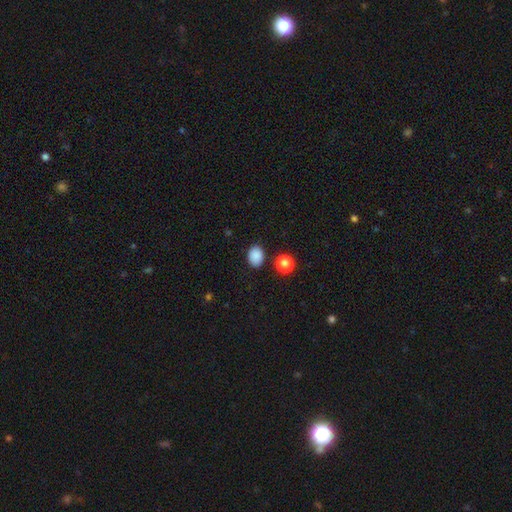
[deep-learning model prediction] This appears to be a smooth galaxy with no disk features (87%) that is in between round and cigar-shaped (67%). Merging: none (84%).